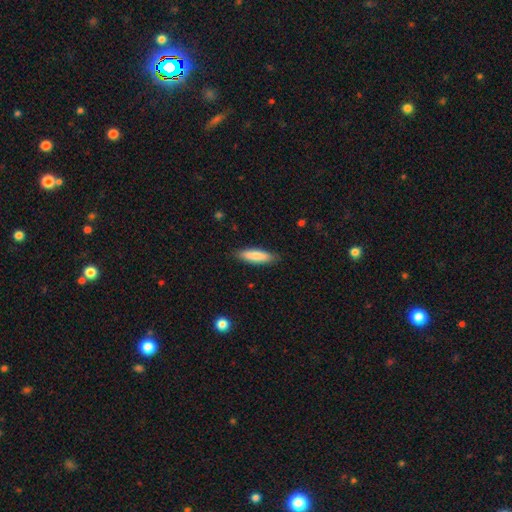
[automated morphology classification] A smooth galaxy with no disk features (82%) that is cigar-shaped (65%). Merging: none (86%).